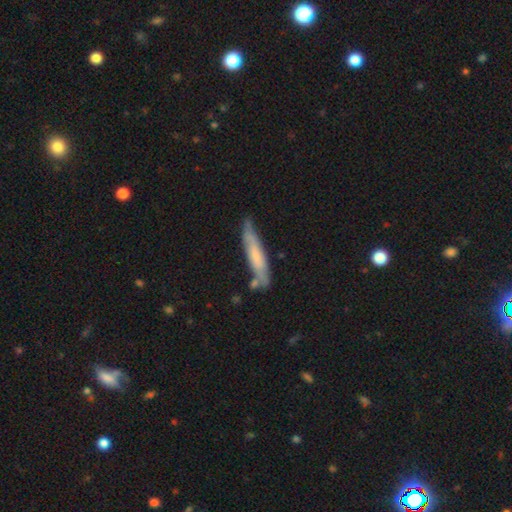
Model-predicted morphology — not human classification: Smooth or featured? smooth (57%)
How rounded? cigar-shaped (89%)
Merging? none (70%)